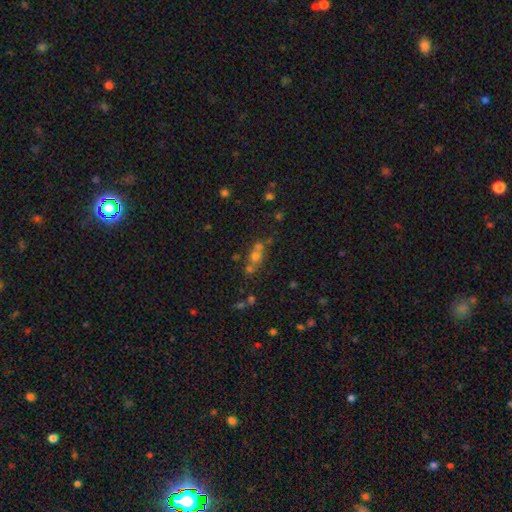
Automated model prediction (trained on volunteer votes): This is possibly a smooth galaxy (48%). Merging: possibly none (47%).